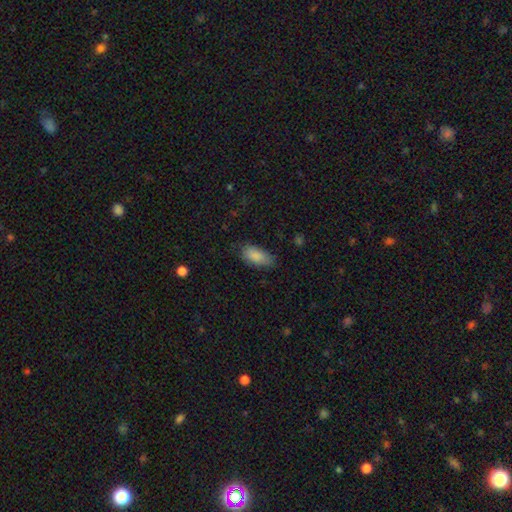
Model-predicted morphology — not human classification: type=smooth (86%); roundness=in between (89%); merging=none (71%).